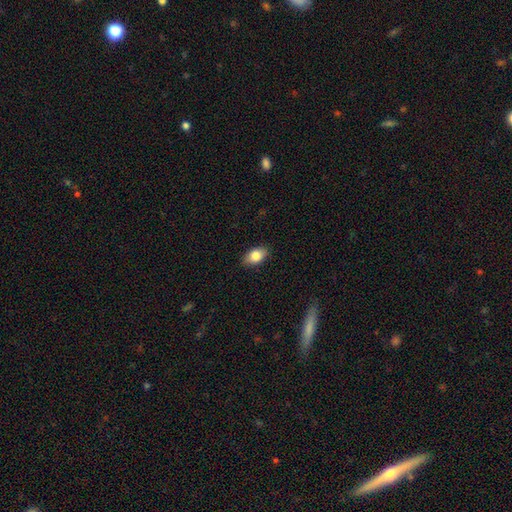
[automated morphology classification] This appears to be a smooth galaxy with no disk features (81%) that is in between round and cigar-shaped (88%). Merging: none (86%).